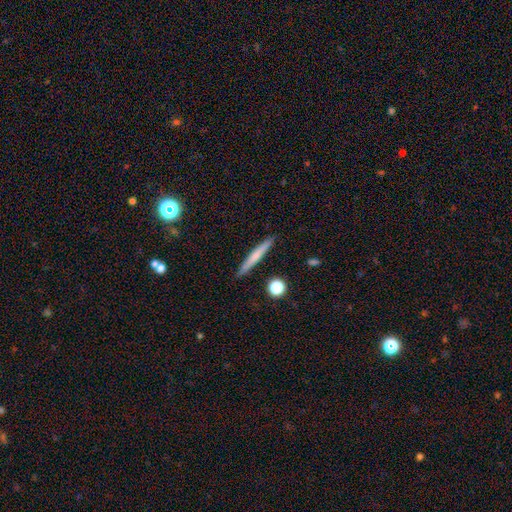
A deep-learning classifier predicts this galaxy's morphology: Smooth or featured: smooth — 62% (featured or disk — 31%)
How rounded: cigar-shaped — 96% (in between — 3%)
Merging: none — 90% (minor disturbance — 7%)